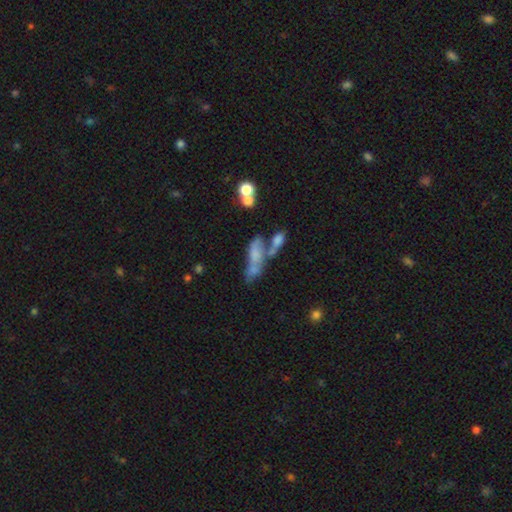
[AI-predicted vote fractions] A smooth galaxy with no disk features (46%). Merging: merger (44%).